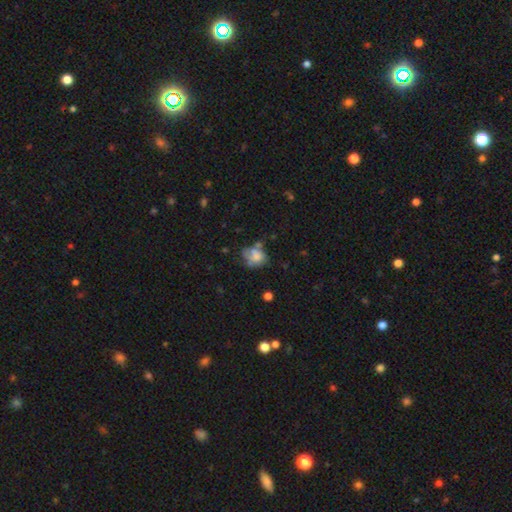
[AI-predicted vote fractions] A smooth galaxy with no disk features (62%) that is in between round and cigar-shaped (52%).

Vote fractions:
- Smooth or featured? smooth: 62% / featured or disk: 26% / star or artifact: 11%
- How rounded? in between: 52% / round: 47% / cigar-shaped: 1%
- Merging? none: 34% / minor disturbance: 27% / major disturbance: 21% / merger: 18%